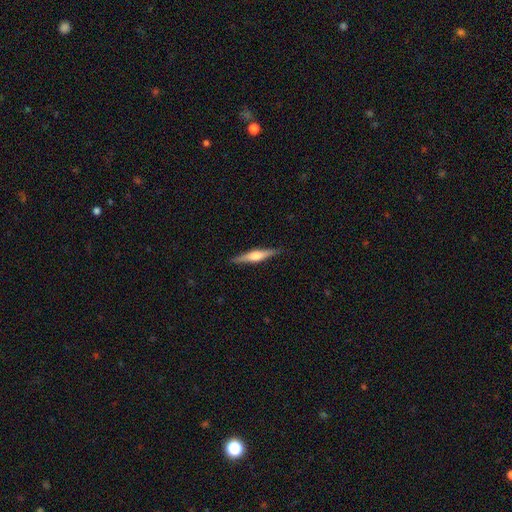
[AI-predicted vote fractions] This appears to be a featured or disk galaxy (62%) viewed edge-on (97%) with a rounded central bulge (84%). Merging: none (90%).